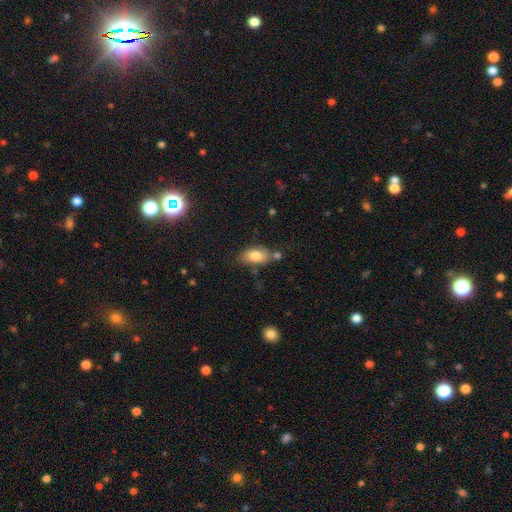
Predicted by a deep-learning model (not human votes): A smooth galaxy with no disk features (78%) that is in between round and cigar-shaped (89%).

Vote fractions:
- Smooth or featured? smooth: 78% / featured or disk: 14% / star or artifact: 8%
- How rounded? in between: 89% / round: 6% / cigar-shaped: 5%
- Merging? none: 62% / minor disturbance: 20% / merger: 13% / major disturbance: 5%